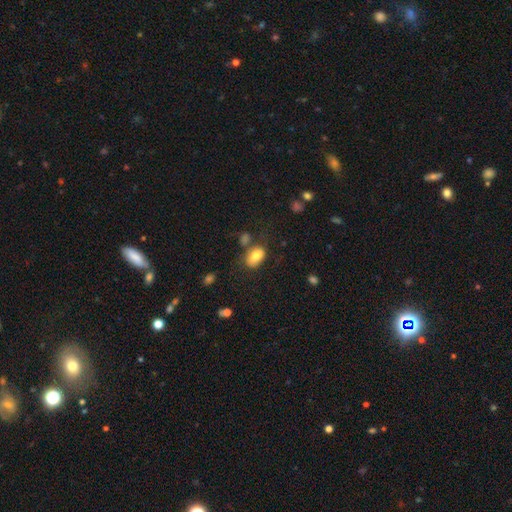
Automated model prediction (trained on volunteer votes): A smooth galaxy with no disk features (82%) that is in between round and cigar-shaped (88%).

Vote fractions:
- Smooth or featured? smooth: 82% / featured or disk: 10% / star or artifact: 8%
- How rounded? in between: 88% / round: 10% / cigar-shaped: 1%
- Merging? none: 62% / minor disturbance: 18% / merger: 13% / major disturbance: 7%